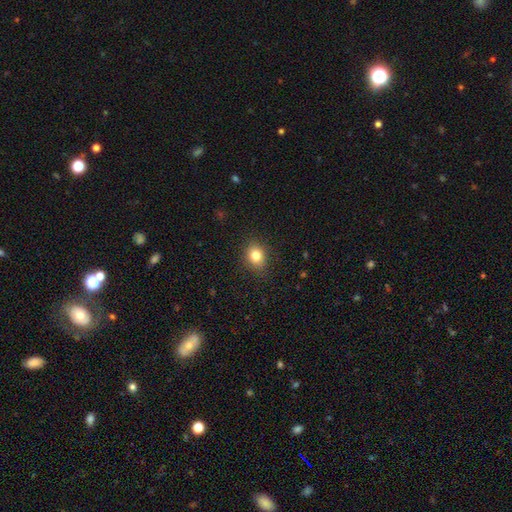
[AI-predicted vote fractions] Smooth or featured? smooth (82%)
How rounded? round (57%)
Merging? none (86%)